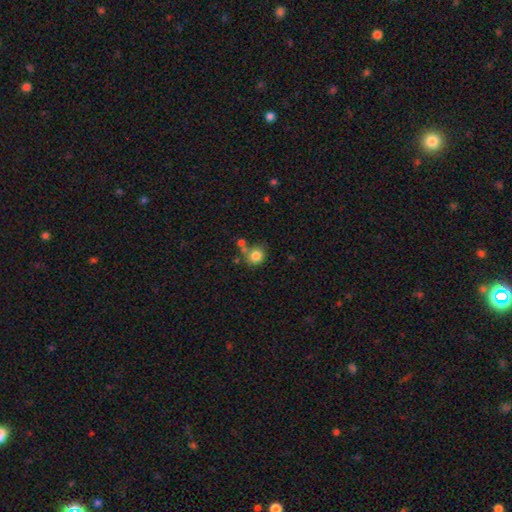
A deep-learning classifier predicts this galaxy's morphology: This is clearly a smooth galaxy (82%). How rounded: likely round (78%). Merging: possibly none (58%).